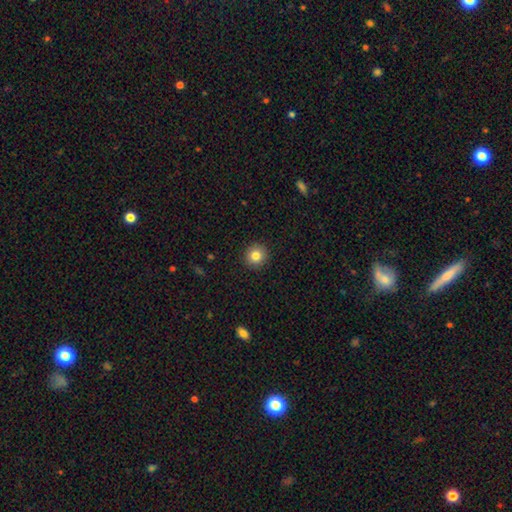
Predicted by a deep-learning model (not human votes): Morphology: type=smooth (83%); roundness=round (93%); merging=none (93%).